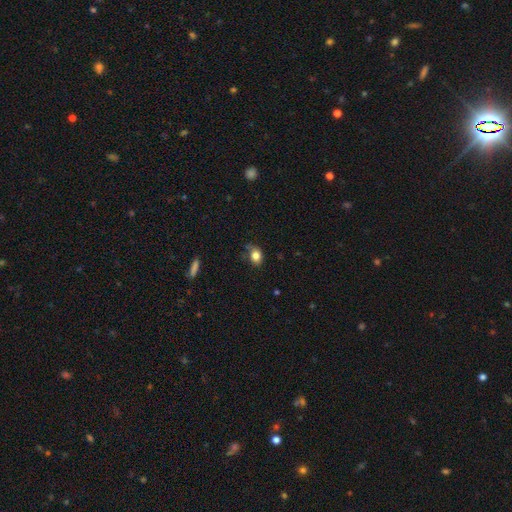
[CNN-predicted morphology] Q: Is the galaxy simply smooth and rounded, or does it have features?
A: smooth — 81%.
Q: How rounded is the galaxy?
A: in between — 67%.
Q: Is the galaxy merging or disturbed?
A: none — 64%.